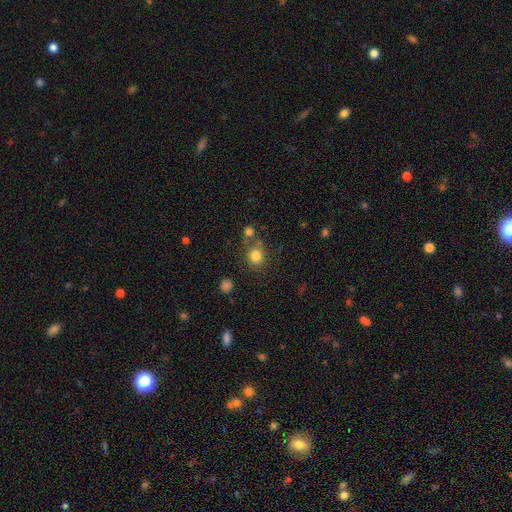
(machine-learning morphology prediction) Smooth or featured? Predicted: smooth (p=0.81). How rounded? Predicted: round (p=0.86). Merging? Predicted: none (p=0.65).